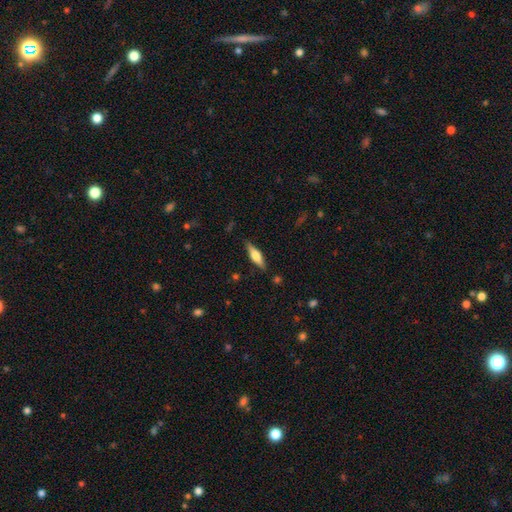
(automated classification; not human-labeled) A smooth galaxy with no disk features (51%) that is cigar-shaped (62%). Merging: none (86%).